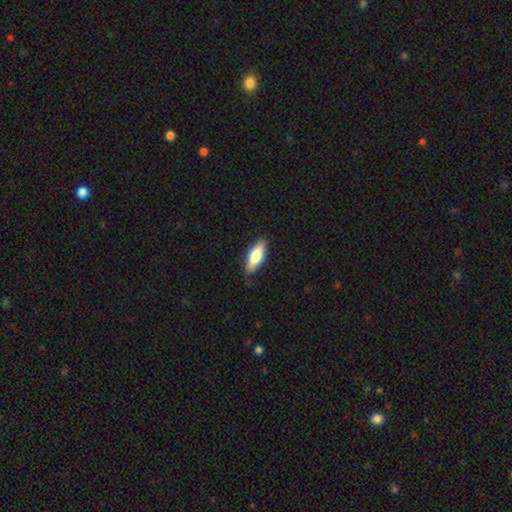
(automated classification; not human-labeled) Smooth or featured?
  - smooth: 63% *
  - featured or disk: 31%
  - star or artifact: 6%
How rounded?
  - in between: 62% *
  - cigar-shaped: 35%
  - round: 2%
Merging?
  - none: 85% *
  - minor disturbance: 11%
  - major disturbance: 2%
  - merger: 1%